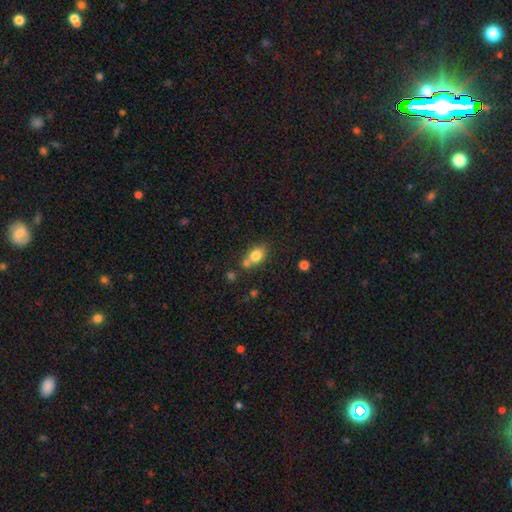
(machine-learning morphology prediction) A smooth galaxy with no disk features (79%) that is in between round and cigar-shaped (62%).

Vote fractions:
- Smooth or featured? smooth: 79% / featured or disk: 11% / star or artifact: 10%
- How rounded? in between: 62% / round: 35% / cigar-shaped: 2%
- Merging? none: 50% / merger: 32% / minor disturbance: 14% / major disturbance: 4%